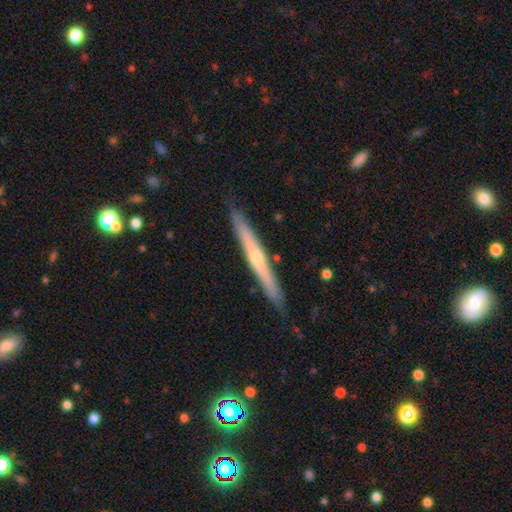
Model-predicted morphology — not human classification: Smooth or featured?
  - featured or disk: 57% *
  - smooth: 37%
  - star or artifact: 5%
Edge-on disk?
  - yes: 94% *
  - no: 6%
Edge-on bulge?
  - rounded: 65% *
  - none: 32%
  - boxy: 3%
Merging?
  - none: 86% *
  - minor disturbance: 11%
  - major disturbance: 2%
  - merger: 2%